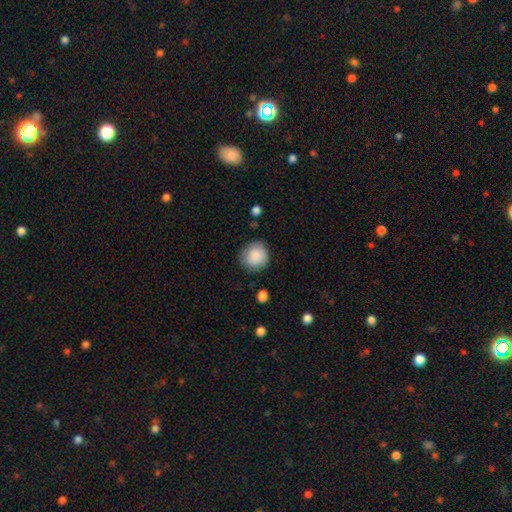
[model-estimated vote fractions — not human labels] Smooth or featured? smooth (88%)
How rounded? round (88%)
Merging? none (81%)